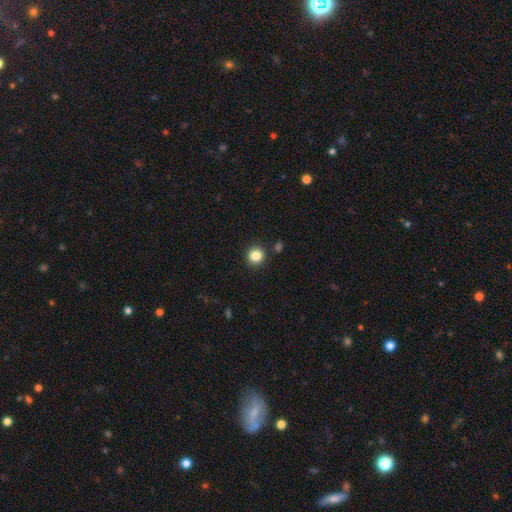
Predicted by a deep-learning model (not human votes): Smooth or featured? Predicted: smooth (p=0.84). How rounded? Predicted: round (p=0.87). Merging? Predicted: none (p=0.88).